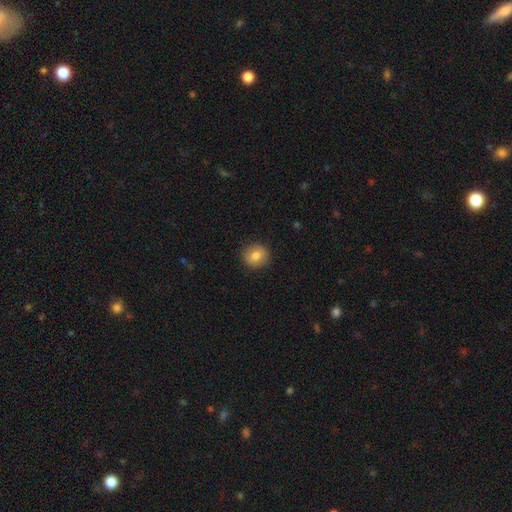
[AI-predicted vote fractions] Q: Smooth or featured?
A: smooth (81%); runner-up: featured or disk (10%)
Q: How rounded?
A: round (87%); runner-up: in between (12%)
Q: Merging?
A: none (91%); runner-up: minor disturbance (7%)